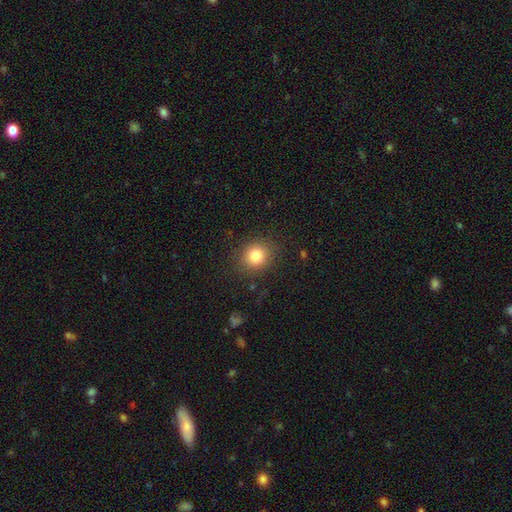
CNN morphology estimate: Smooth or featured? smooth (82%)
How rounded? round (81%)
Merging? none (87%)